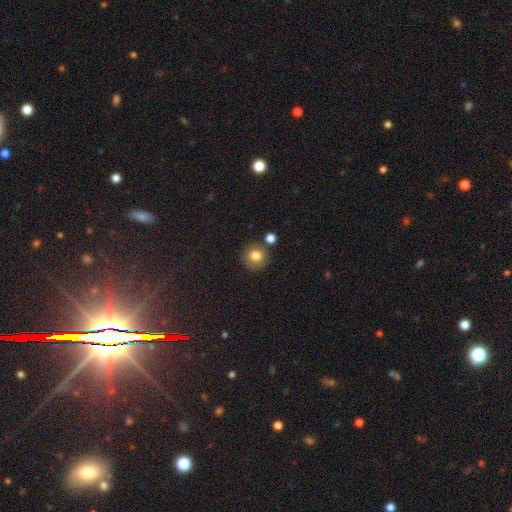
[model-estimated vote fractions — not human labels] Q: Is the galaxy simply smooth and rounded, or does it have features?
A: smooth — 81%.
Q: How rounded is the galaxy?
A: round — 92%.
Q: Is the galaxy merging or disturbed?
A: none — 80%.